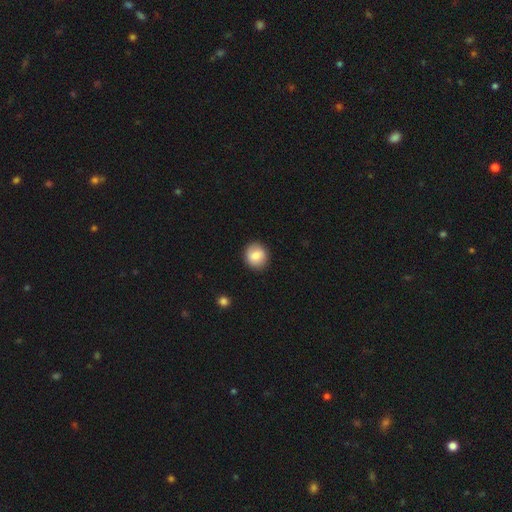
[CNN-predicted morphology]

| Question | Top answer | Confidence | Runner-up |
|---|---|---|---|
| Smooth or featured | smooth | 81% | featured or disk (11%) |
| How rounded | round | 85% | in between (14%) |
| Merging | none | 90% | minor disturbance (7%) |